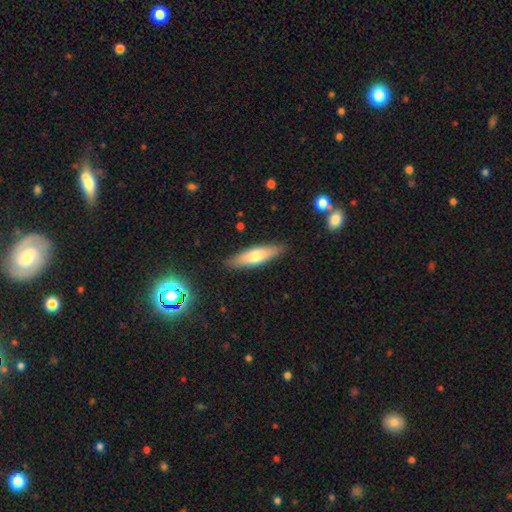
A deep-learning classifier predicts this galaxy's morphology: Overall: smooth (65%; featured or disk 29%). How rounded: cigar-shaped (64%; in between 34%). Merging: none (87%).